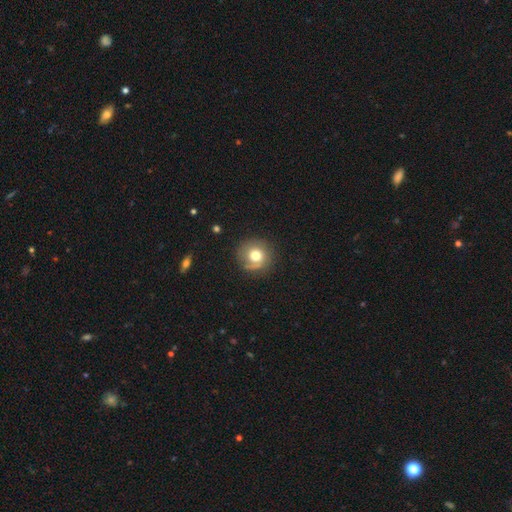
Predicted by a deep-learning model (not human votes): Smooth or featured? Predicted: smooth (p=0.65). How rounded? Predicted: round (p=0.91). Merging? Predicted: none (p=0.75).